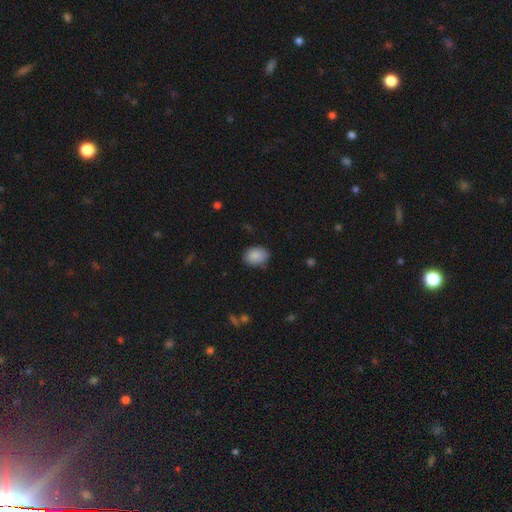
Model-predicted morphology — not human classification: The model was most divided on "how rounded": in between: 77%, round: 23%, cigar-shaped: 1%. More confident: smooth or featured — smooth (89%); merging — none (82%).